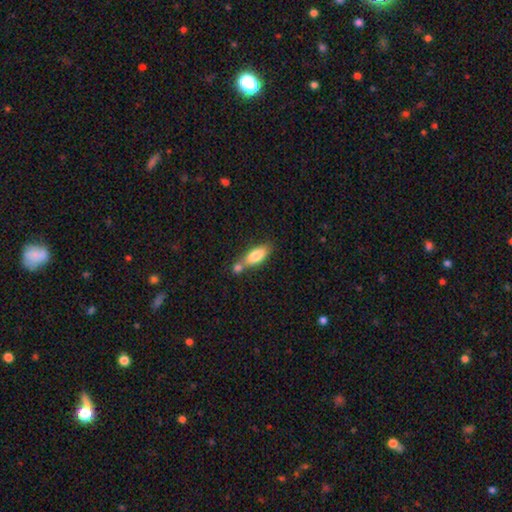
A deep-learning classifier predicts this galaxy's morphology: Smooth or featured?
  - smooth: 79% *
  - featured or disk: 14%
  - star or artifact: 7%
How rounded?
  - in between: 77% *
  - cigar-shaped: 20%
  - round: 3%
Merging?
  - merger: 43% *
  - none: 41%
  - minor disturbance: 12%
  - major disturbance: 4%